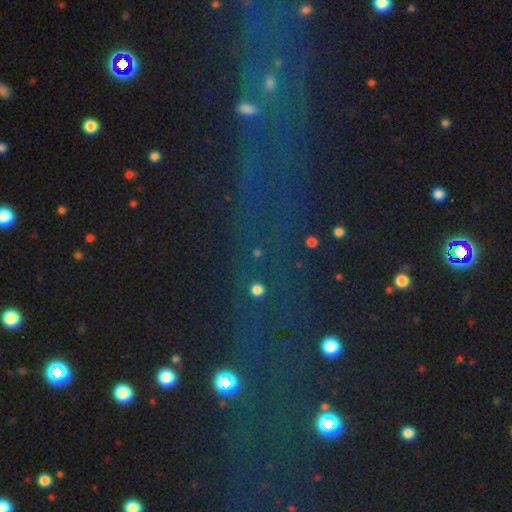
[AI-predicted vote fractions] Q: Smooth or featured?
A: star or artifact (68%); runner-up: smooth (18%)